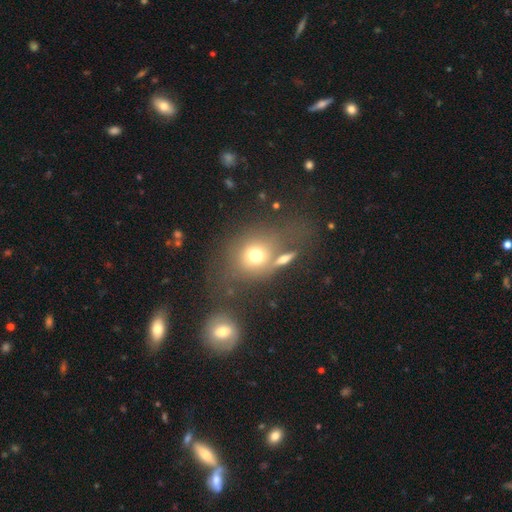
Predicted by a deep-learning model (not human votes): Smooth or featured: smooth — 67% (featured or disk — 19%)
How rounded: round — 70% (in between — 28%)
Merging: none — 53% (merger — 22%)